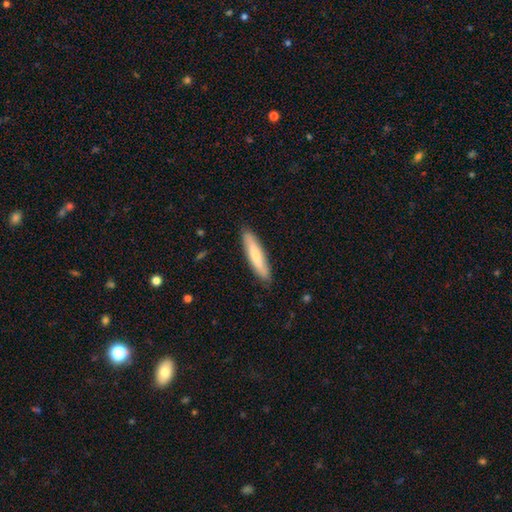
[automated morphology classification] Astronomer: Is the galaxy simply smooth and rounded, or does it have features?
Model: smooth — 70%.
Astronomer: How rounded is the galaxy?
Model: cigar-shaped — 85%.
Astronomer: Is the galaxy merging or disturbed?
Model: none — 88%.